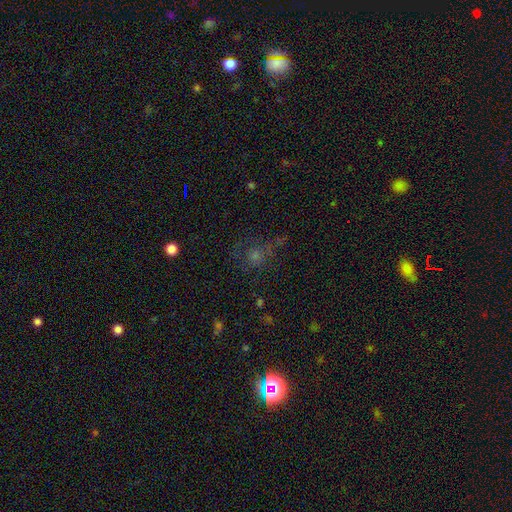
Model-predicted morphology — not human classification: A smooth galaxy with no disk features (40%).

Vote fractions:
- Smooth or featured? smooth: 40% / star or artifact: 38% / featured or disk: 22%
- Merging? none: 59% / minor disturbance: 18% / major disturbance: 18% / merger: 5%